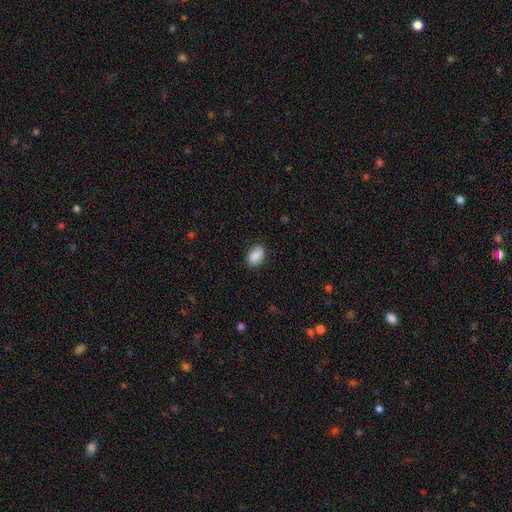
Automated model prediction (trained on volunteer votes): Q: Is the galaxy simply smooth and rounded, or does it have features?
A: smooth — 88%.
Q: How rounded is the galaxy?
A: in between — 89%.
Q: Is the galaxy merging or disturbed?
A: none — 85%.